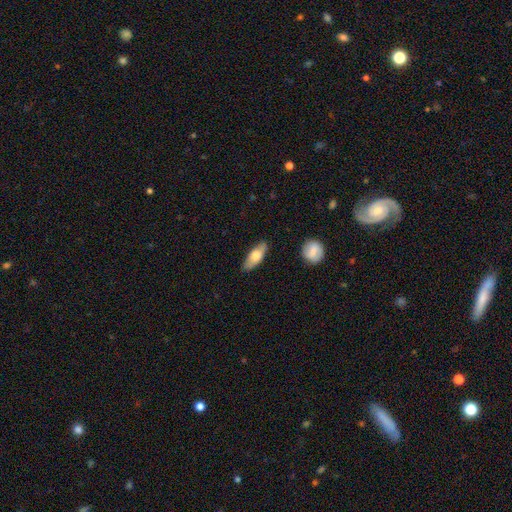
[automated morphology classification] Smooth or featured? smooth (65%)
How rounded? in between (68%)
Merging? none (83%)